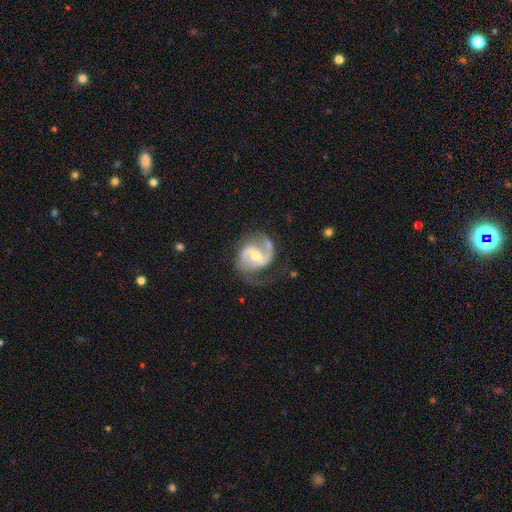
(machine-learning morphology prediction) smooth-or-featured: featured or disk: 90% | smooth: 6% | star or artifact: 4%
  disk-edge-on: no: 98% | yes: 2%
    bar: weak: 47% | no: 31% | strong: 22%
    has-spiral-arms: yes: 97% | no: 3%
      spiral-winding: medium: 57% | loose: 26% | tight: 18%
      spiral-arm-count: 2: 90% | 1: 4% | can't tell: 3% | 3: 1% | 4: 1% | more than 4: 1%
    bulge-size: moderate: 61% | small: 34% | large: 3% | none: 1% | dominant: 1%
  merging: none: 67% | minor disturbance: 20% | major disturbance: 11% | merger: 2%